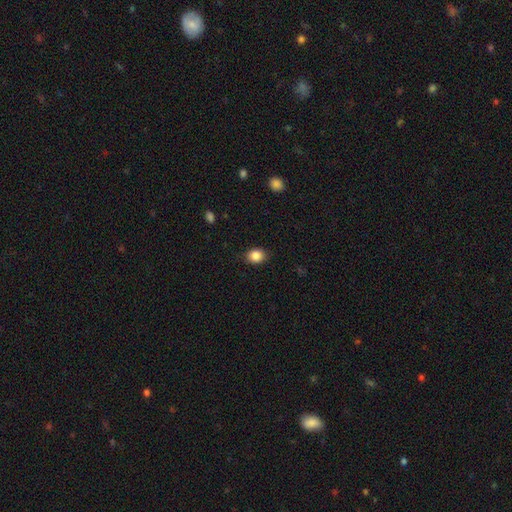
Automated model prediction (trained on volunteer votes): Q: Smooth or featured?
A: smooth (86%); runner-up: star or artifact (9%)
Q: How rounded?
A: in between (58%); runner-up: round (41%)
Q: Merging?
A: none (84%); runner-up: minor disturbance (12%)